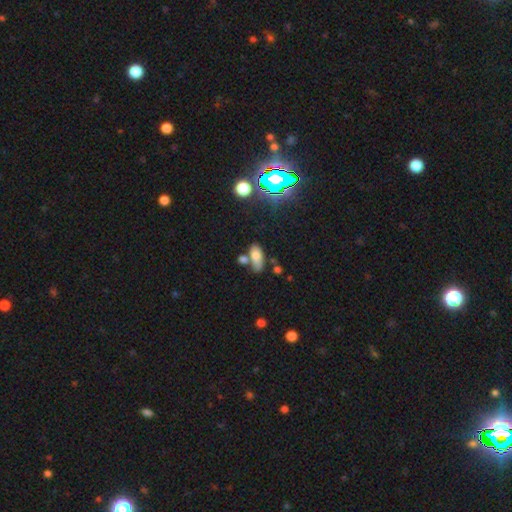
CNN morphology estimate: Smooth or featured?
  - smooth: 72% *
  - star or artifact: 15%
  - featured or disk: 12%
How rounded?
  - in between: 85% *
  - cigar-shaped: 10%
  - round: 5%
Merging?
  - none: 49% *
  - merger: 27%
  - minor disturbance: 17%
  - major disturbance: 7%